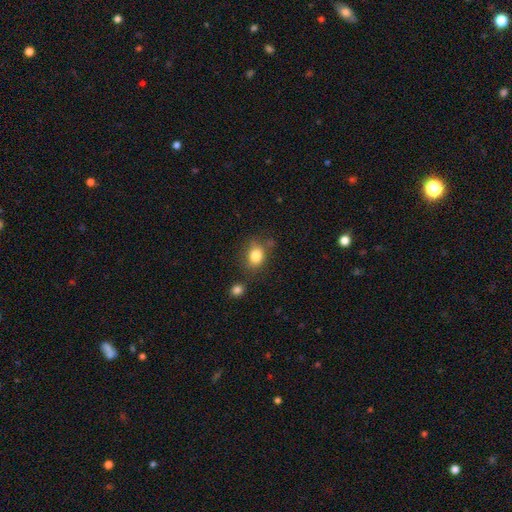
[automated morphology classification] Smooth or featured: smooth — 83% (star or artifact — 10%)
How rounded: in between — 56% (round — 43%)
Merging: none — 67% (minor disturbance — 19%)